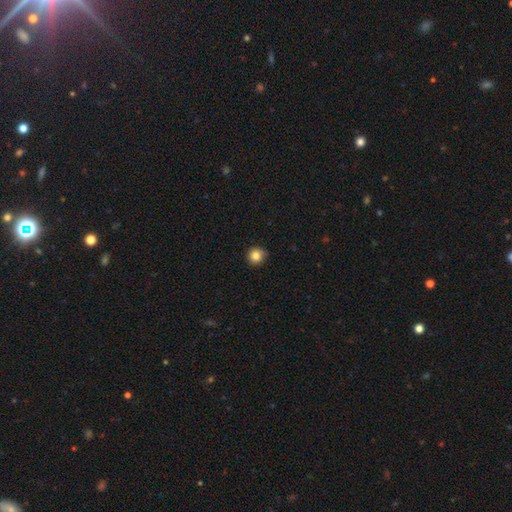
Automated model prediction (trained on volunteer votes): Smooth or featured? Predicted: smooth (p=0.83). How rounded? Predicted: round (p=0.93). Merging? Predicted: none (p=0.87).